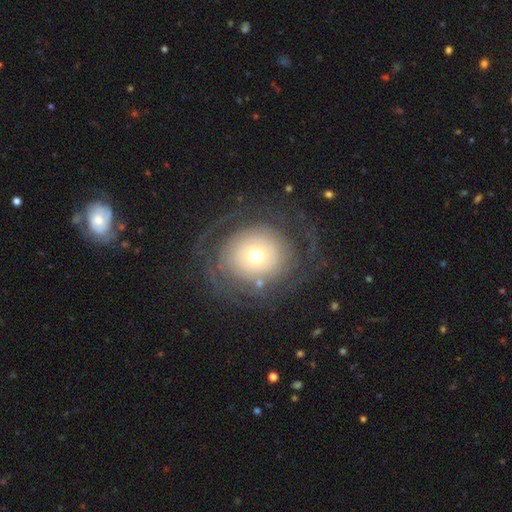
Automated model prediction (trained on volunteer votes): This is likely a featured or disk galaxy (67%). It is clearly not viewed edge-on (96%). Bar: clearly no (86%). Spiral arm pattern: likely yes (73%). Central bulge: possibly moderate (50%). Merging: likely none (70%).